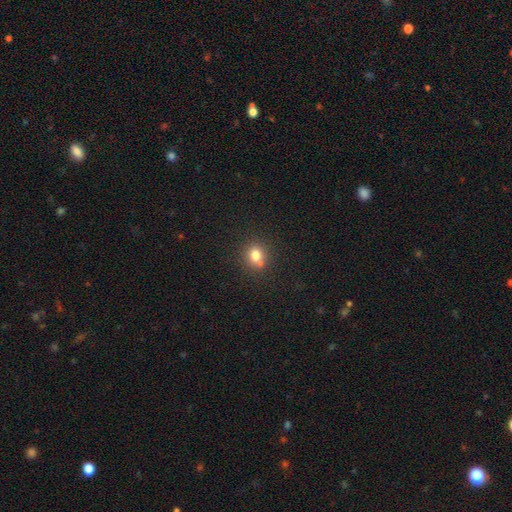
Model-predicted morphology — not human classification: A smooth galaxy with no disk features (77%) that is round (72%).

Vote fractions:
- Smooth or featured? smooth: 77% / star or artifact: 13% / featured or disk: 10%
- How rounded? round: 72% / in between: 27% / cigar-shaped: 1%
- Merging? none: 63% / merger: 21% / minor disturbance: 12% / major disturbance: 4%